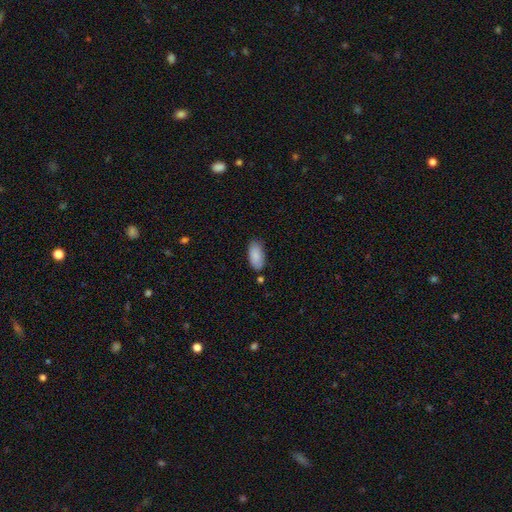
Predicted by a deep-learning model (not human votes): Overall: smooth (89%). How rounded: in between (89%). Merging: none (78%).